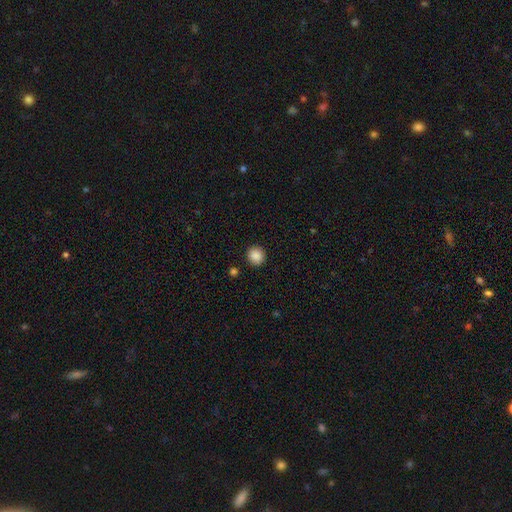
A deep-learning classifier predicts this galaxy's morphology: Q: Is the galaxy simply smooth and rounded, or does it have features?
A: smooth — 88%.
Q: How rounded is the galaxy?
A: round — 92%.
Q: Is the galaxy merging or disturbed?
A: none — 91%.